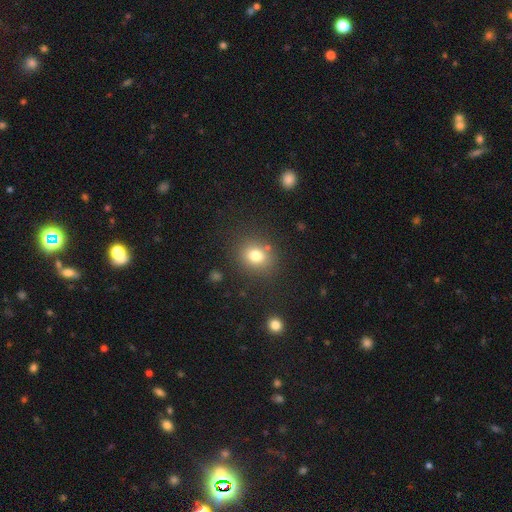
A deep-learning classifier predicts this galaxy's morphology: Overall: smooth (77%). How rounded: round (69%; in between 30%). Merging: none (81%).